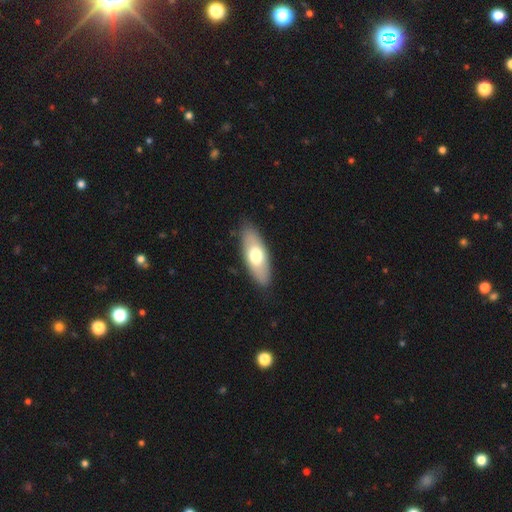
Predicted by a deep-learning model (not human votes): Overall: smooth (63%; featured or disk 32%). How rounded: in between (77%). Merging: none (86%).